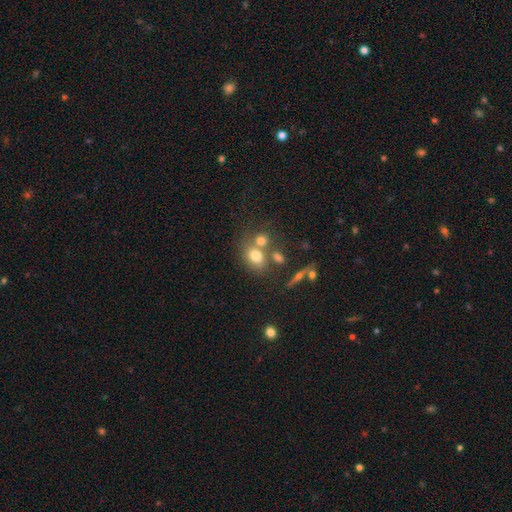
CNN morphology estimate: type=smooth (72%); roundness=in between (57%); merging=none (47%).